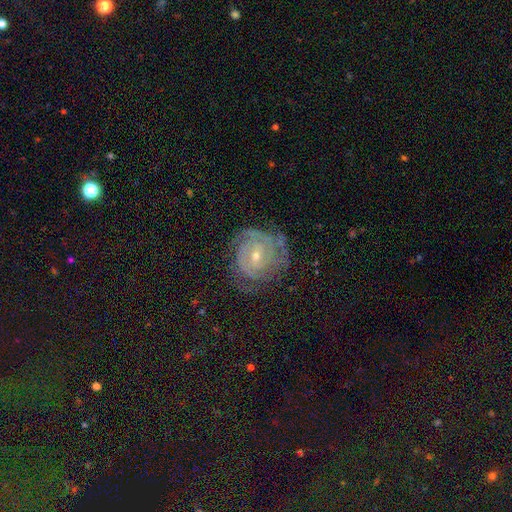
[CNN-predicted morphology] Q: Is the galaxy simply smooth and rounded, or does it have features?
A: featured or disk — 87%.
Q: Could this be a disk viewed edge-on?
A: no — 97%.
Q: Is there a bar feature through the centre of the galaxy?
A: no — 51%.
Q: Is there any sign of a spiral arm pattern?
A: yes — 96%.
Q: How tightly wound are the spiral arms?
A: tight — 78%.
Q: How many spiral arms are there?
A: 2 — 30%.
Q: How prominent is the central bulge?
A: small — 59%.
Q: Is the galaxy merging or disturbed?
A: none — 71%.